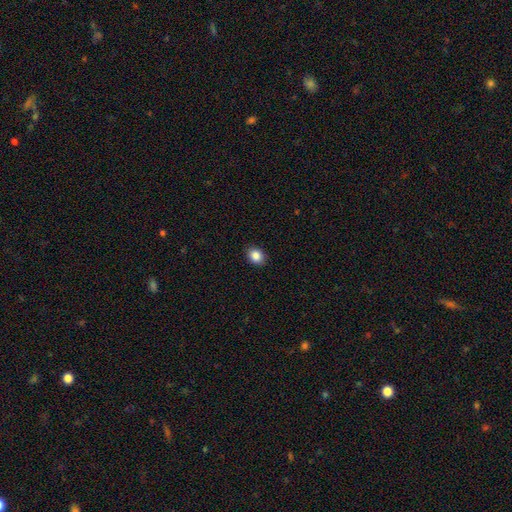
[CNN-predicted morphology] type=smooth (86%); roundness=round (51%); merging=none (90%).